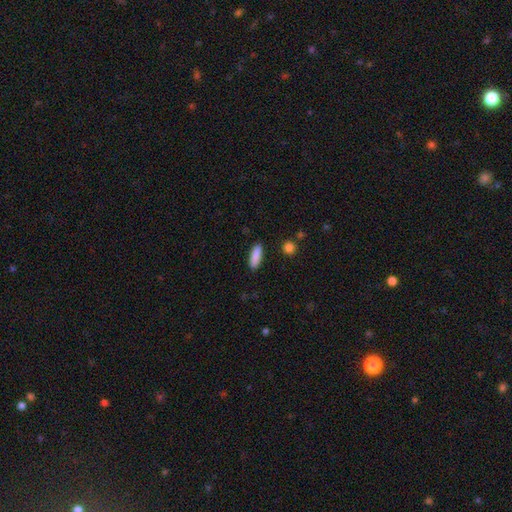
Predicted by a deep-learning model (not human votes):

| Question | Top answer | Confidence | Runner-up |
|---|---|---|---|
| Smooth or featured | smooth | 88% | star or artifact (6%) |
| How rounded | cigar-shaped | 51% | in between (48%) |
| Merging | none | 88% | minor disturbance (8%) |